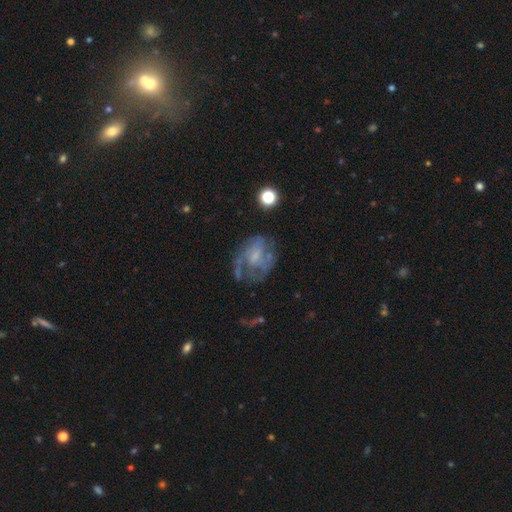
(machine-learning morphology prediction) featured or disk 65%, smooth 24%, star or artifact 11%. Down the decision tree: edge-on disk — no (97%); bar — no (59%); spiral arms — yes (61%); bulge size — small (40%); merging — none (42%).